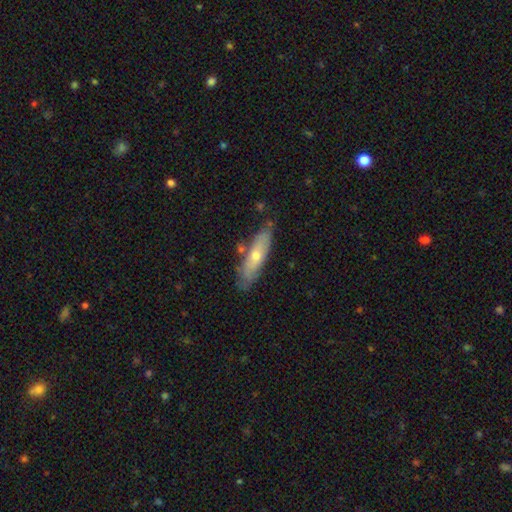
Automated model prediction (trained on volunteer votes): The model was most divided on "smooth or featured": smooth: 51%, featured or disk: 43%, star or artifact: 6%. More confident: merging — none (73%); how rounded — cigar-shaped (60%).